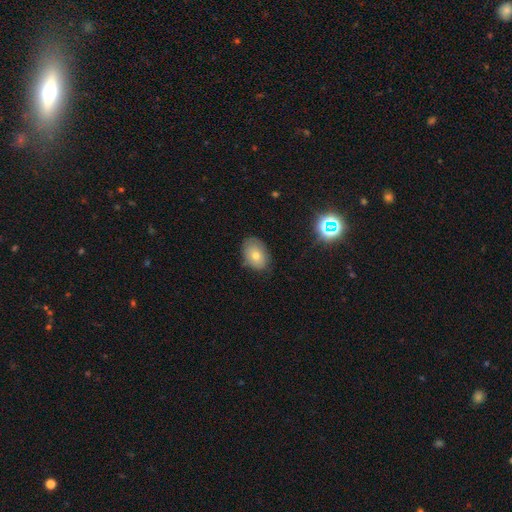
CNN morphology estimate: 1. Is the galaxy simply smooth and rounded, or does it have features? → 69% smooth, 19% featured or disk, 12% star or artifact.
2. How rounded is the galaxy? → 78% in between, 21% round, 1% cigar-shaped.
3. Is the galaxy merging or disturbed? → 79% none, 16% minor disturbance, 3% major disturbance, 1% merger.